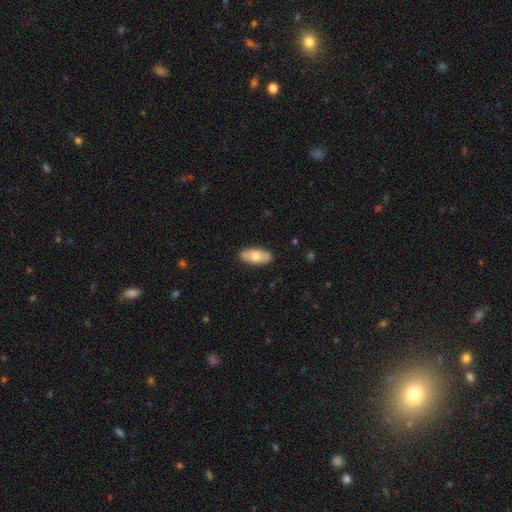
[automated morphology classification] Smooth or featured: smooth — 69% (featured or disk — 26%)
How rounded: in between — 89% (cigar-shaped — 9%)
Merging: none — 87% (minor disturbance — 10%)